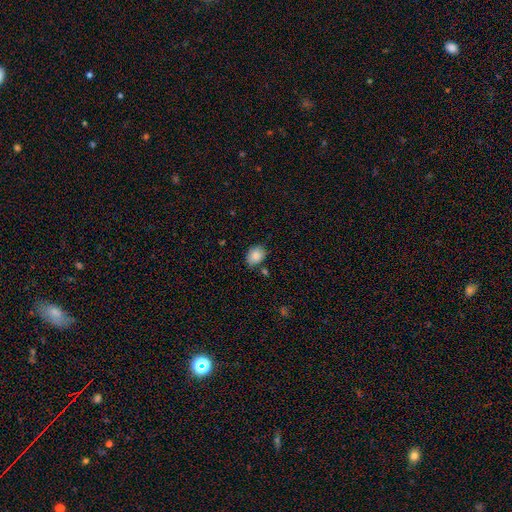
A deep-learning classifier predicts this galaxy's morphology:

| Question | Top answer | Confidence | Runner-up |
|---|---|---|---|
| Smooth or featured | smooth | 87% | star or artifact (8%) |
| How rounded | in between | 62% | round (37%) |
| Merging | none | 75% | minor disturbance (17%) |